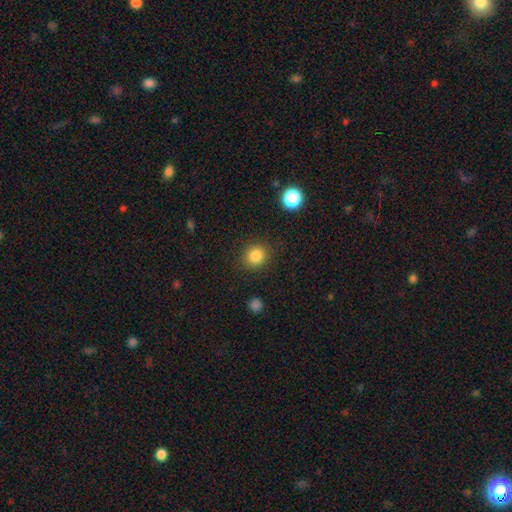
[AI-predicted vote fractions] This appears to be a smooth galaxy with no disk features (84%) that is round (85%). Merging: none (88%).